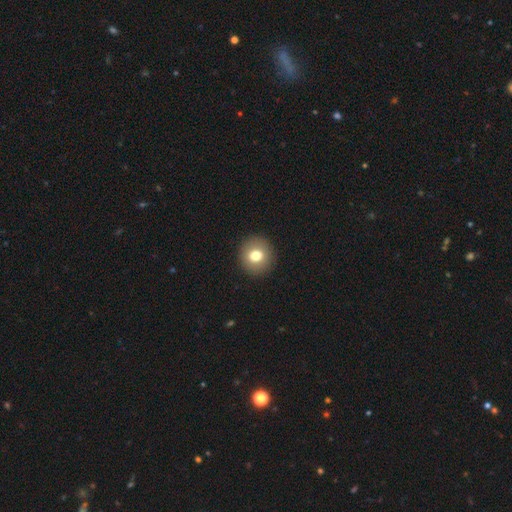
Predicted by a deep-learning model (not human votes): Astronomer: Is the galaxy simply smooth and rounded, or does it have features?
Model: smooth — 76%.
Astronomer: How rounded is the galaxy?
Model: round — 89%.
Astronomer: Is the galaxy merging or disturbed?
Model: none — 92%.